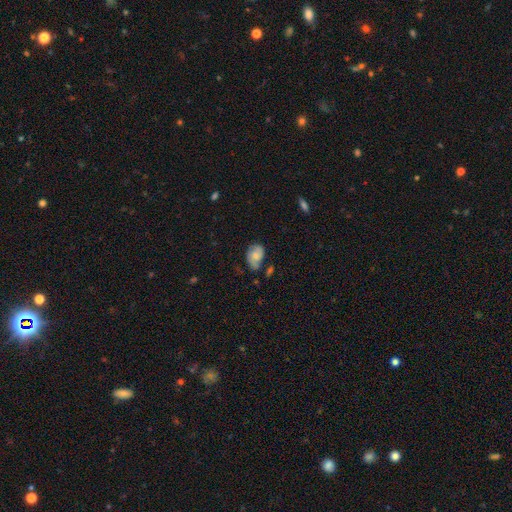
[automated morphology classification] A smooth galaxy with no disk features (55%) that is in between round and cigar-shaped (80%).

Vote fractions:
- Smooth or featured? smooth: 55% / featured or disk: 37% / star or artifact: 9%
- How rounded? in between: 80% / round: 19% / cigar-shaped: 1%
- Merging? none: 49% / minor disturbance: 32% / major disturbance: 11% / merger: 8%